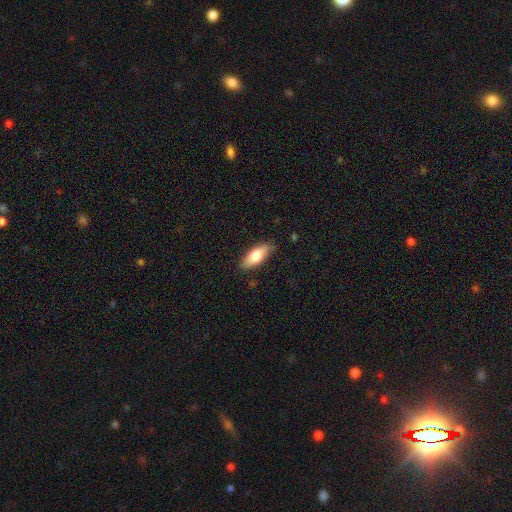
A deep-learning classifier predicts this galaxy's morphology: smooth_or_featured: smooth (p=0.72) [alt: featured or disk p=0.22]
how_rounded: in between (p=0.76) [alt: cigar-shaped p=0.22]
merging: none (p=0.83) [alt: minor disturbance p=0.13]